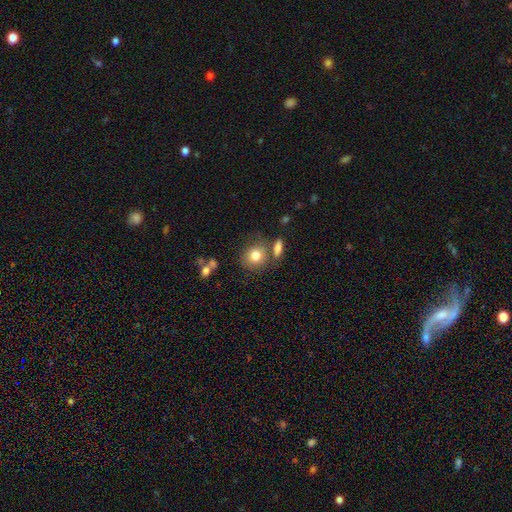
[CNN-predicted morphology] Smooth or featured? smooth (80%)
How rounded? round (78%)
Merging? none (67%)